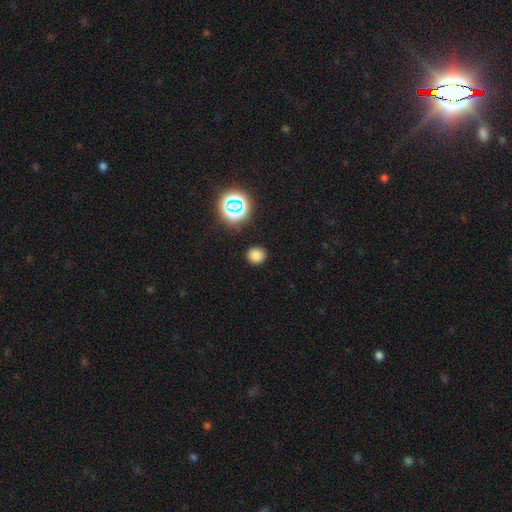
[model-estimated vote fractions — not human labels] Smooth or featured? Predicted: smooth (p=0.76). How rounded? Predicted: round (p=0.85). Merging? Predicted: none (p=0.88).